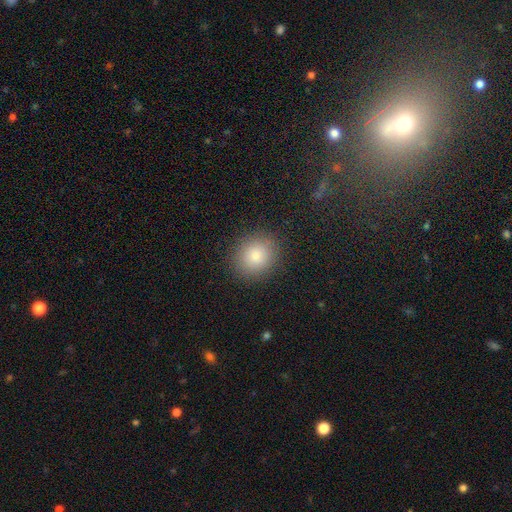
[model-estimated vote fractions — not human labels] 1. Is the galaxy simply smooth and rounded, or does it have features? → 82% smooth, 10% star or artifact, 8% featured or disk.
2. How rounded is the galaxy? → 82% round, 17% in between, 1% cigar-shaped.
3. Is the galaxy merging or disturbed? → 89% none, 7% minor disturbance, 3% major disturbance, 1% merger.